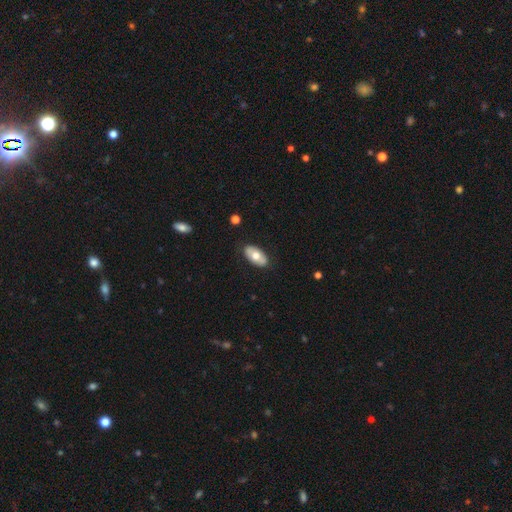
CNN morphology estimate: Smooth or featured: smooth — 64% (featured or disk — 30%)
How rounded: in between — 93% (round — 3%)
Merging: none — 85% (minor disturbance — 11%)